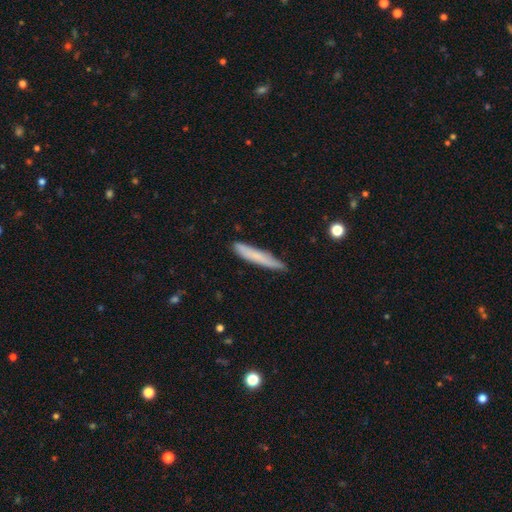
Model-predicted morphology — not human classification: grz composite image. It shows a smooth galaxy with no disk features (71%) that is cigar-shaped (93%). Merging: none (80%).